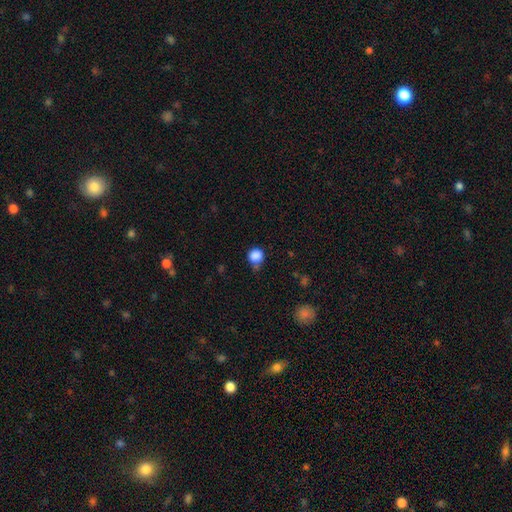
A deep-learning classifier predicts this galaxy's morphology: Smooth or featured? Predicted: smooth (p=0.86). How rounded? Predicted: round (p=0.88). Merging? Predicted: none (p=0.61).